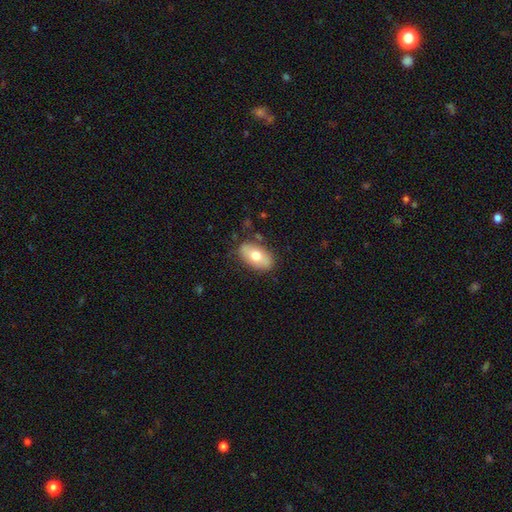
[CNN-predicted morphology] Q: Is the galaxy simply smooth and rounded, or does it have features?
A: smooth — 69%.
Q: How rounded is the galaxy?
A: in between — 92%.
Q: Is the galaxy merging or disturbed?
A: none — 79%.